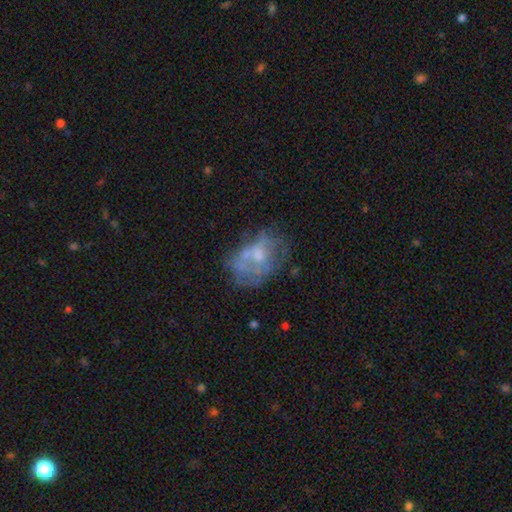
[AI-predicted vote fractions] Q: Smooth or featured?
A: featured or disk (56%); runner-up: smooth (33%)
Q: Edge-on disk?
A: no (97%); runner-up: yes (3%)
Q: Bar?
A: no (84%); runner-up: weak (13%)
Q: Spiral arms?
A: no (86%); runner-up: yes (14%)
Q: Bulge size?
A: moderate (38%); runner-up: small (34%)
Q: Merging?
A: none (38%); runner-up: major disturbance (25%)